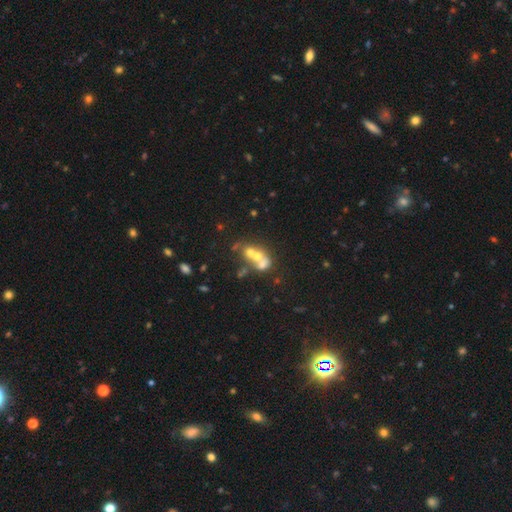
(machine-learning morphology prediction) smooth 46%, featured or disk 38%, star or artifact 16%. Down the decision tree: merging — merger (62%).